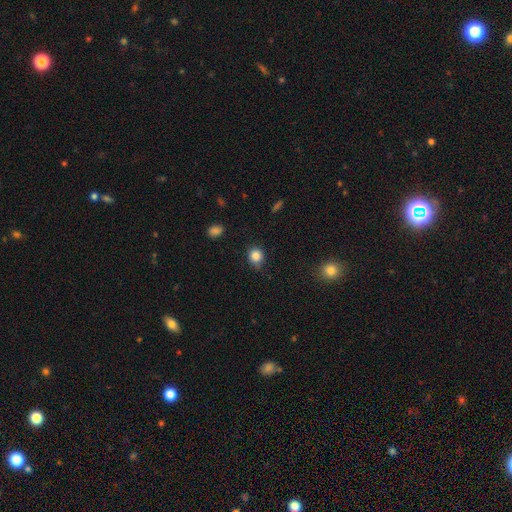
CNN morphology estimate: Q: Smooth or featured?
A: smooth (83%); runner-up: star or artifact (11%)
Q: How rounded?
A: round (83%); runner-up: in between (16%)
Q: Merging?
A: none (76%); runner-up: minor disturbance (19%)